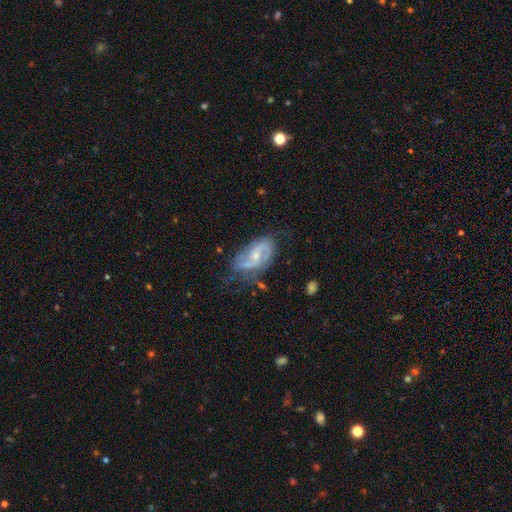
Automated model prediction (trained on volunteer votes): Q: Smooth or featured?
A: featured or disk (80%); runner-up: smooth (14%)
Q: Edge-on disk?
A: no (96%); runner-up: yes (4%)
Q: Bar?
A: weak (46%); runner-up: no (41%)
Q: Spiral arms?
A: yes (91%); runner-up: no (9%)
Q: Spiral winding?
A: medium (46%); runner-up: loose (33%)
Q: Spiral arm count?
A: 2 (79%); runner-up: can't tell (11%)
Q: Bulge size?
A: small (56%); runner-up: moderate (37%)
Q: Merging?
A: none (58%); runner-up: minor disturbance (26%)